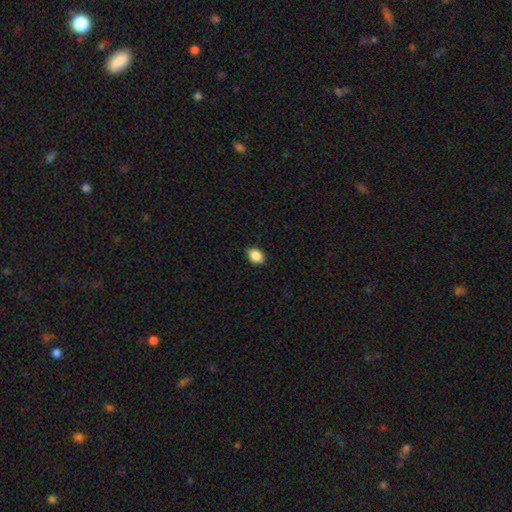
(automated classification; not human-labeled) Smooth or featured? smooth (89%)
How rounded? in between (71%)
Merging? none (89%)